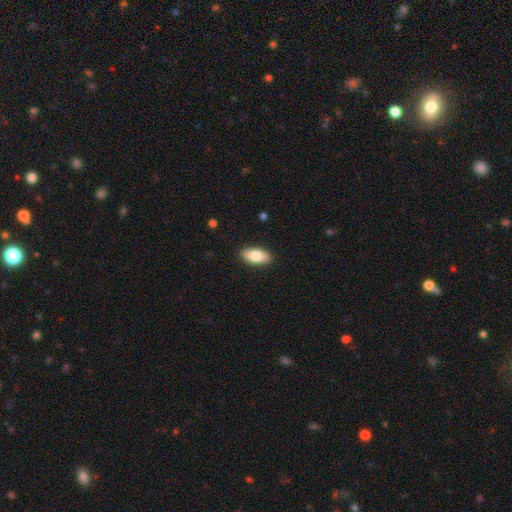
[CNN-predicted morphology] Smooth or featured: smooth — 82% (featured or disk — 12%)
How rounded: in between — 92% (cigar-shaped — 5%)
Merging: none — 89% (minor disturbance — 8%)